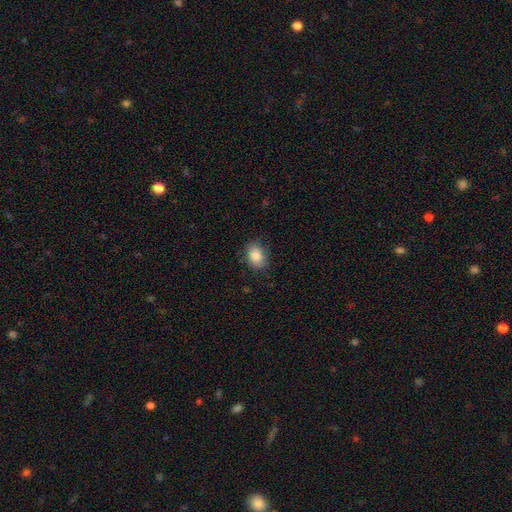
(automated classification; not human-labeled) Overall: smooth (86%). How rounded: in between (71%). Merging: none (81%).